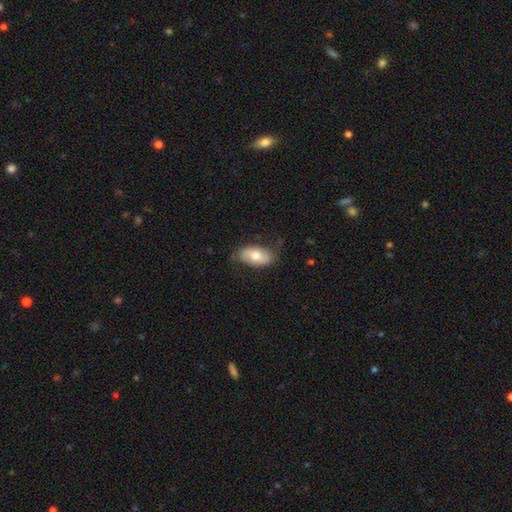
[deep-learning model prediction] Q: Smooth or featured?
A: smooth (66%); runner-up: featured or disk (28%)
Q: How rounded?
A: in between (93%); runner-up: round (4%)
Q: Merging?
A: none (73%); runner-up: minor disturbance (21%)